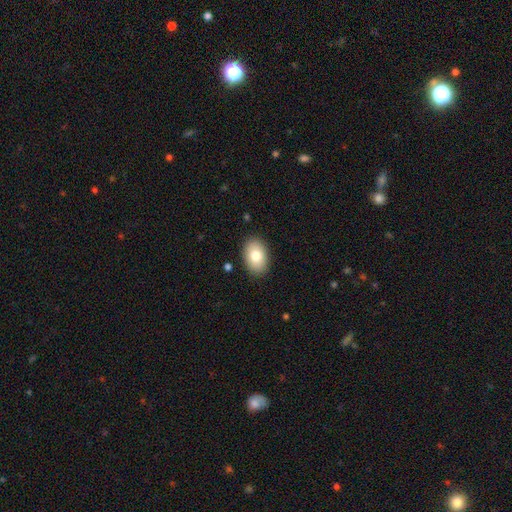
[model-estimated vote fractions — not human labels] This appears to be a smooth galaxy with no disk features (80%) that is in between round and cigar-shaped (88%). Merging: none (88%).